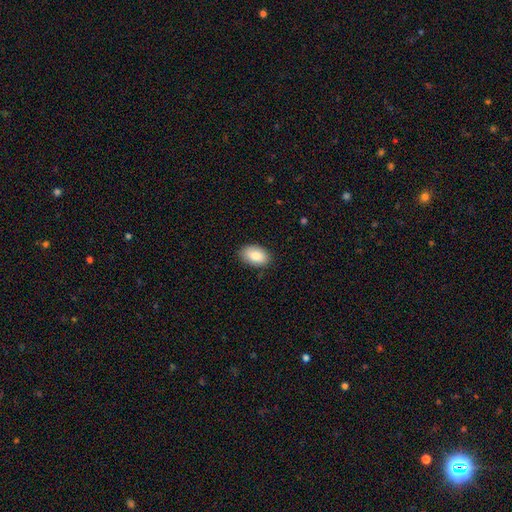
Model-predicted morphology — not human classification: A smooth galaxy with no disk features (85%) that is in between round and cigar-shaped (91%). Merging: none (86%).